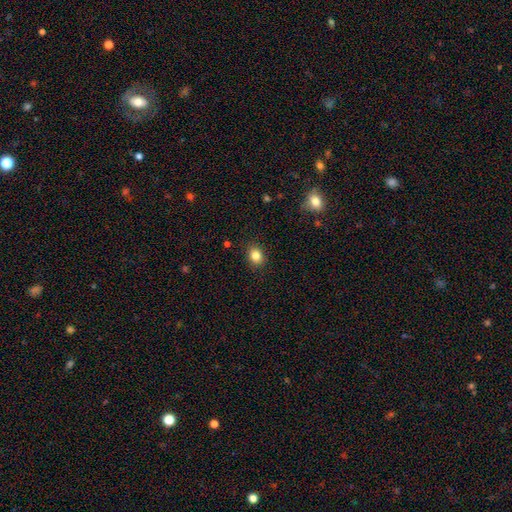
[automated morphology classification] smooth-or-featured: smooth: 83% | star or artifact: 11% | featured or disk: 6%
  how-rounded: round: 61% | in between: 38% | cigar-shaped: 1%
  merging: none: 89% | minor disturbance: 8% | major disturbance: 2% | merger: 1%